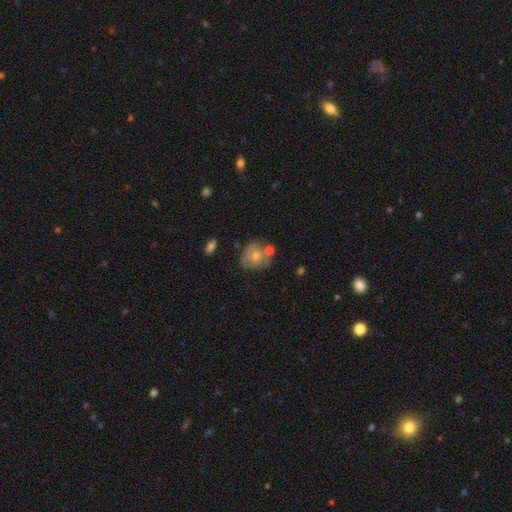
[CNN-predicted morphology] This is possibly a smooth galaxy (48%). Merging: possibly none (59%).